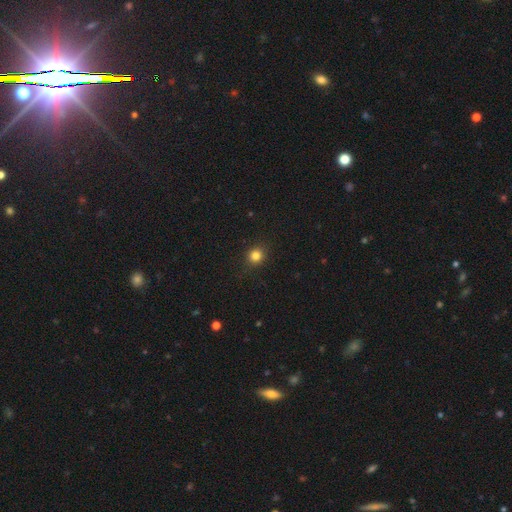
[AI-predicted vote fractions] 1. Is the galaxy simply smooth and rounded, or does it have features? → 82% smooth, 13% star or artifact, 5% featured or disk.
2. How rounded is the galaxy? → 85% round, 14% in between, 1% cigar-shaped.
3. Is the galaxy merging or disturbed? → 89% none, 7% minor disturbance, 2% major disturbance, 1% merger.